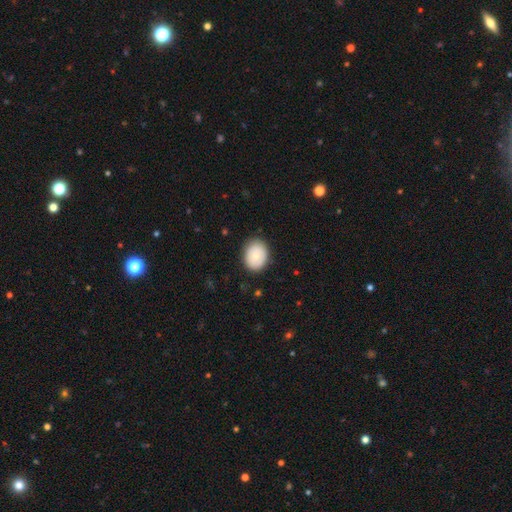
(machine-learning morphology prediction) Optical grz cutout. It shows a smooth galaxy with no disk features (75%) that is in between round and cigar-shaped (51%). Merging: none (84%).